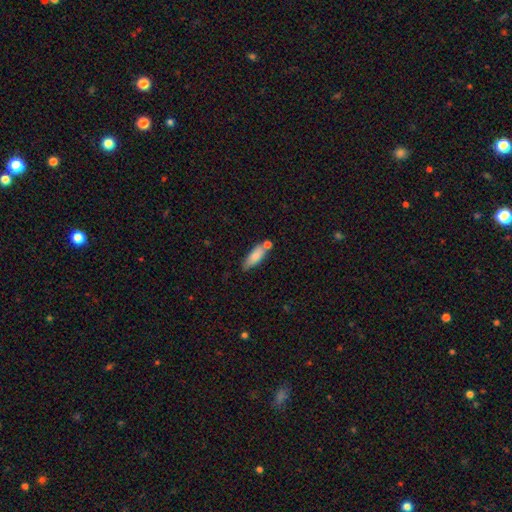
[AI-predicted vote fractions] Smooth or featured: smooth — 79% (featured or disk — 14%)
How rounded: in between — 63% (cigar-shaped — 35%)
Merging: none — 54% (merger — 23%)